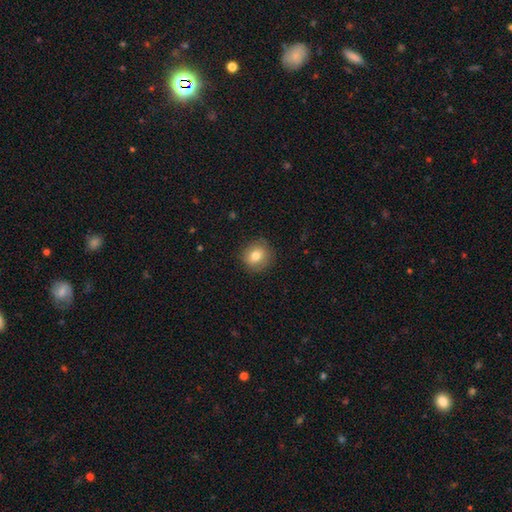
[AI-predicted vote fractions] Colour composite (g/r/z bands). It shows a smooth galaxy with no disk features (78%) that is round (84%). Merging: none (85%).